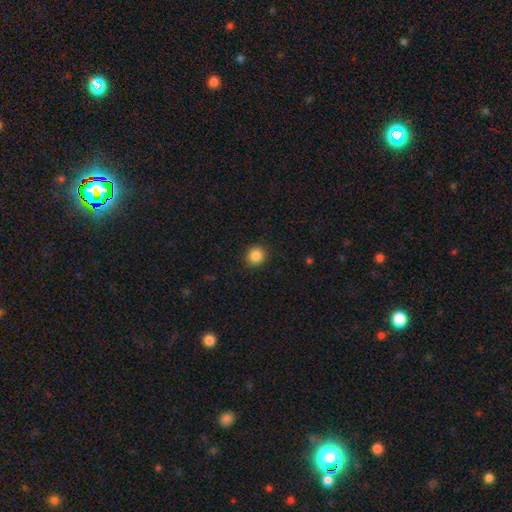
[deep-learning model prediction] Q: Smooth or featured?
A: smooth (87%); runner-up: star or artifact (10%)
Q: How rounded?
A: round (84%); runner-up: in between (15%)
Q: Merging?
A: none (90%); runner-up: minor disturbance (7%)